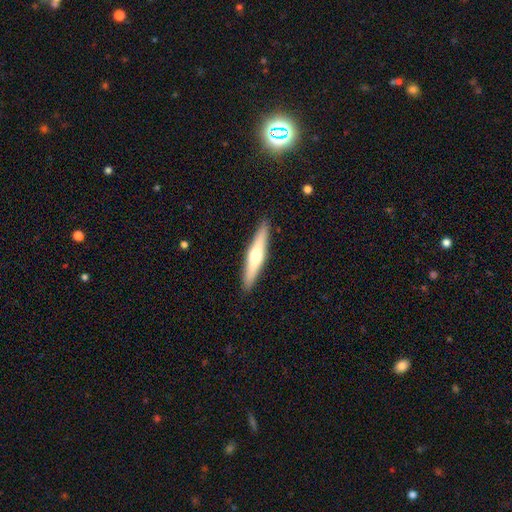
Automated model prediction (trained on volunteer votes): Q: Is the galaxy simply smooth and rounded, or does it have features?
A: featured or disk — 48%.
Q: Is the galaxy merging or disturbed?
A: none — 91%.